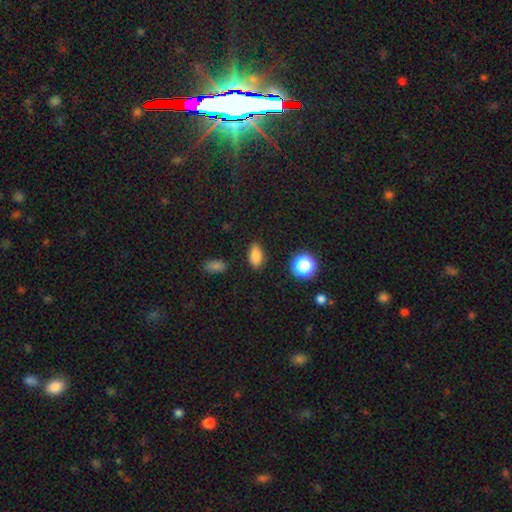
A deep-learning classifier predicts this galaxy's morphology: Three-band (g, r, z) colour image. It shows a smooth galaxy with no disk features (81%) that is in between round and cigar-shaped (87%). Merging: none (83%).